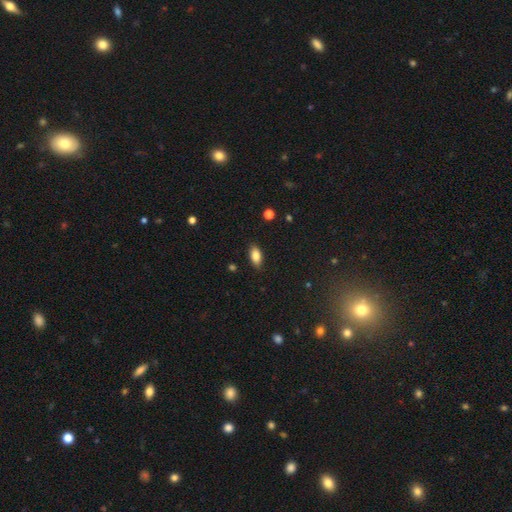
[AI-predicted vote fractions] Q: Smooth or featured?
A: smooth (83%); runner-up: featured or disk (8%)
Q: How rounded?
A: in between (89%); runner-up: cigar-shaped (8%)
Q: Merging?
A: none (86%); runner-up: minor disturbance (11%)